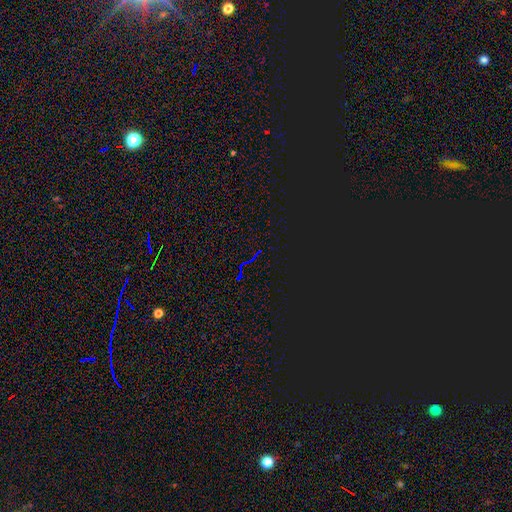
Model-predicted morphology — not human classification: Smooth or featured: star or artifact — 82% (smooth — 9%)